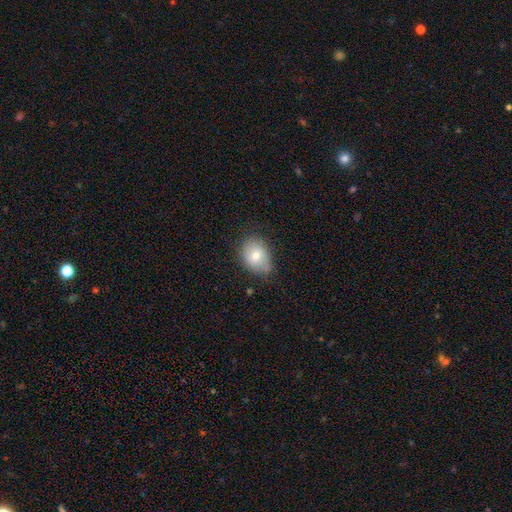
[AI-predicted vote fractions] This is likely a smooth galaxy (75%). How rounded: likely in between (67%). Merging: likely none (67%).